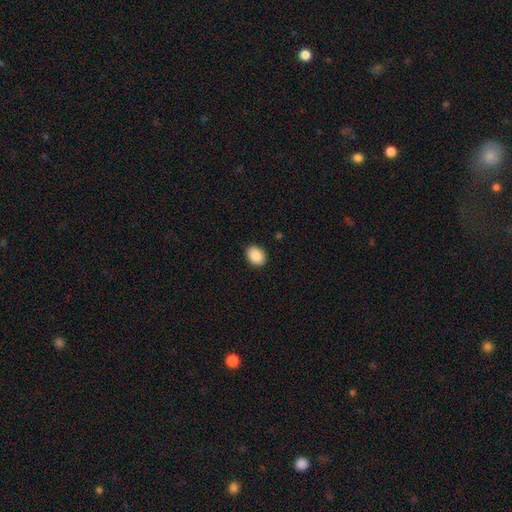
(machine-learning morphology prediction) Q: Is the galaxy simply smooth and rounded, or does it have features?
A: smooth — 89%.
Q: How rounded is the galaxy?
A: in between — 67%.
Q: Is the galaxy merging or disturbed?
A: none — 90%.